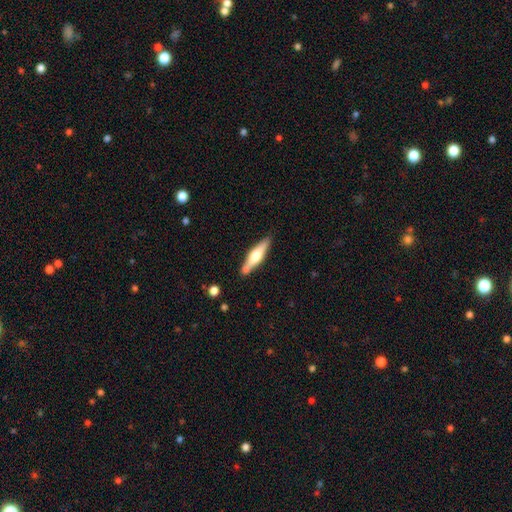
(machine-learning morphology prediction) Smooth or featured?
  - featured or disk: 52% *
  - smooth: 43%
  - star or artifact: 5%
Edge-on disk?
  - yes: 93% *
  - no: 7%
Merging?
  - none: 75% *
  - minor disturbance: 13%
  - merger: 9%
  - major disturbance: 3%